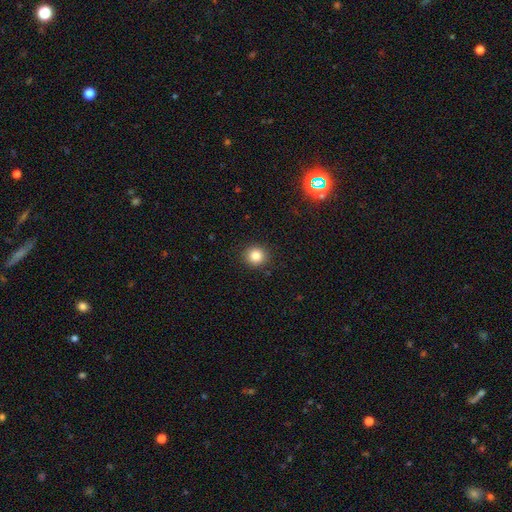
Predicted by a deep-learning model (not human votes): The model was most divided on "smooth or featured": smooth: 84%, star or artifact: 11%, featured or disk: 5%. More confident: merging — none (91%); how rounded — round (90%).